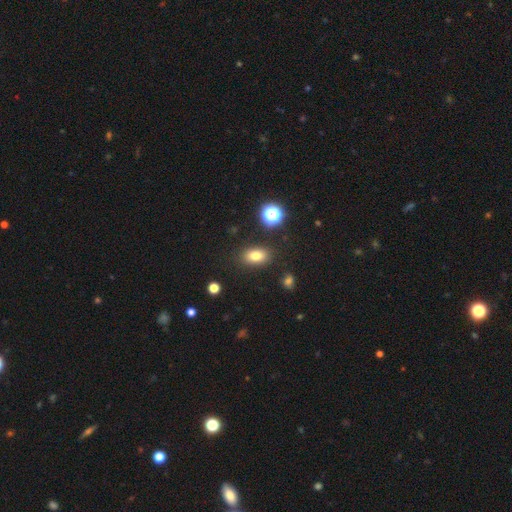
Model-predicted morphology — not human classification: smooth_or_featured: smooth (p=0.77) [alt: star or artifact p=0.13]
how_rounded: in between (p=0.81) [alt: round p=0.17]
merging: none (p=0.86) [alt: minor disturbance p=0.09]